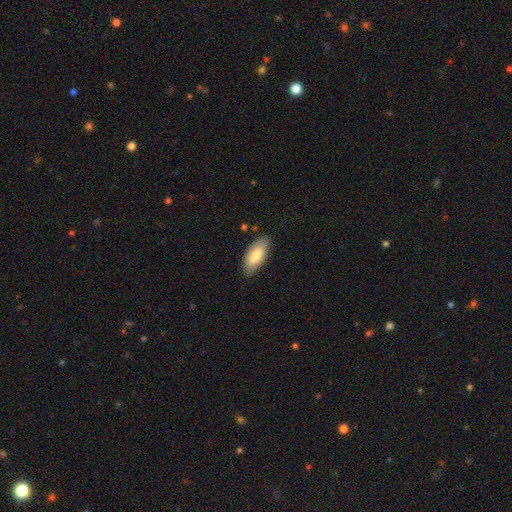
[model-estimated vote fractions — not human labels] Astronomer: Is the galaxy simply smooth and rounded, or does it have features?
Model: smooth — 74%.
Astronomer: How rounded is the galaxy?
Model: in between — 86%.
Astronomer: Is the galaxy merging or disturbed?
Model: none — 84%.